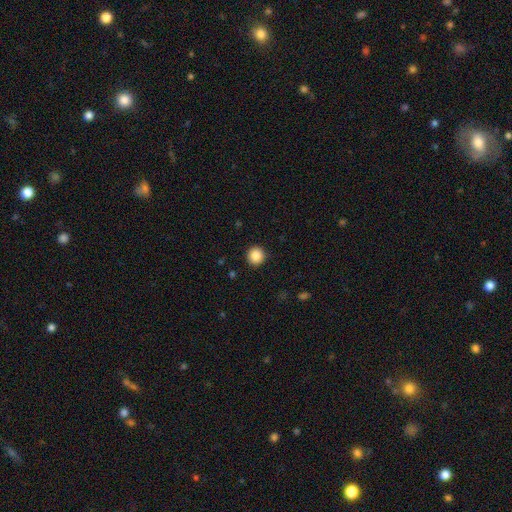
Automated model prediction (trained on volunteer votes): This is clearly a smooth galaxy (86%). How rounded: clearly round (95%). Merging: clearly none (93%).